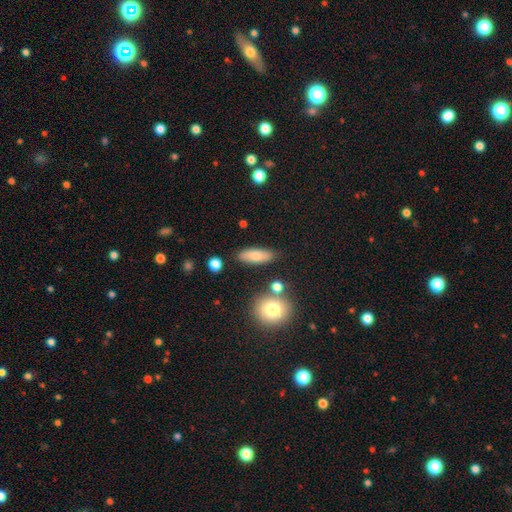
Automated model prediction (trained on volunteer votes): smooth_or_featured: smooth (p=0.73) [alt: featured or disk p=0.19]
how_rounded: in between (p=0.64) [alt: cigar-shaped p=0.32]
merging: none (p=0.80) [alt: minor disturbance p=0.12]